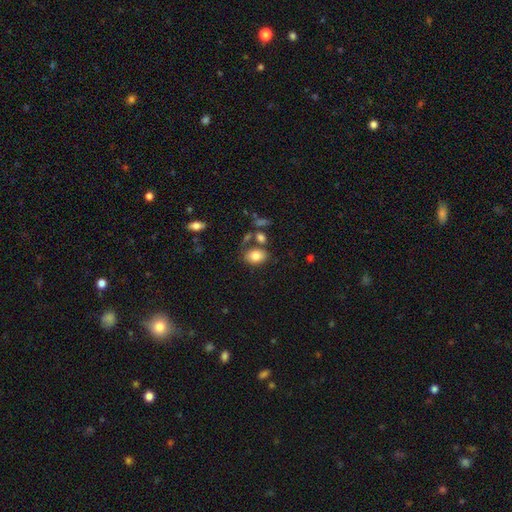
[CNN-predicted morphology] smooth-or-featured: smooth: 81% | featured or disk: 10% | star or artifact: 9%
  how-rounded: in between: 78% | round: 20% | cigar-shaped: 1%
  merging: none: 66% | minor disturbance: 15% | merger: 14% | major disturbance: 5%